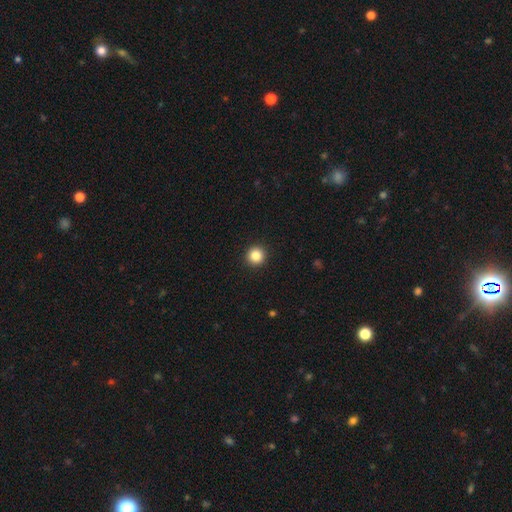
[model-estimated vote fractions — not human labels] Morphology: type=smooth (86%); roundness=round (95%); merging=none (94%).